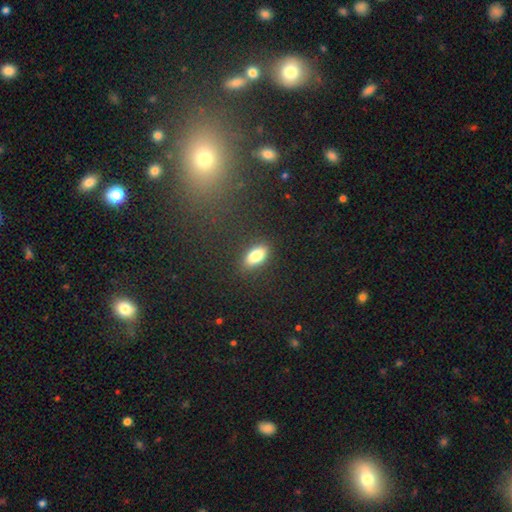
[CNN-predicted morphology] smooth-or-featured: smooth: 81% | featured or disk: 11% | star or artifact: 8%
  how-rounded: in between: 87% | cigar-shaped: 9% | round: 5%
  merging: none: 86% | minor disturbance: 10% | major disturbance: 3% | merger: 1%